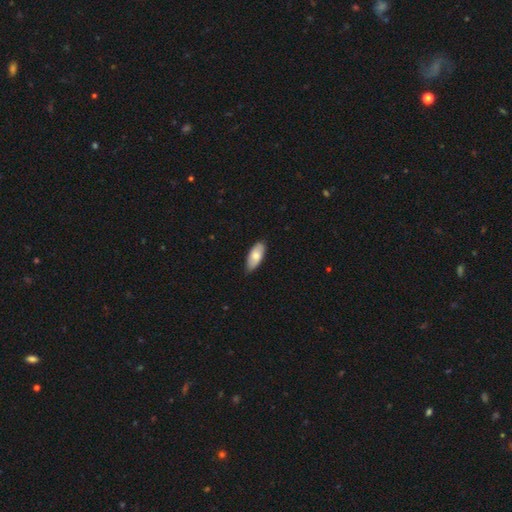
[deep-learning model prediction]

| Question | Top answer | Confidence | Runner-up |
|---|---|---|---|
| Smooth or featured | smooth | 74% | featured or disk (20%) |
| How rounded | in between | 88% | cigar-shaped (10%) |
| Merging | none | 83% | minor disturbance (15%) |